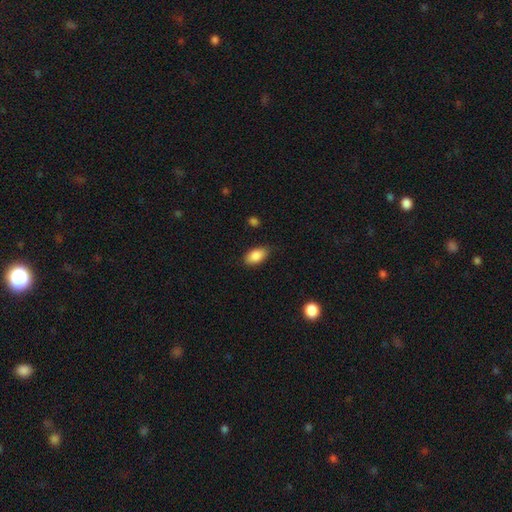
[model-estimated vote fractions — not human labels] This is clearly a smooth galaxy (88%). How rounded: clearly in between (92%). Merging: clearly none (81%).